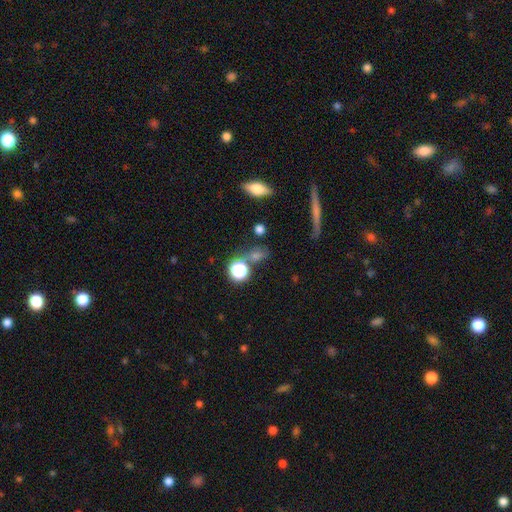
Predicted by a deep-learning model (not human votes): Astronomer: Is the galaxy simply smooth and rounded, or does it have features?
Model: smooth — 52% (runner-up: star or artifact, 35%).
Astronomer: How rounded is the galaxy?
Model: round — 67%.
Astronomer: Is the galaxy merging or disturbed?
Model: none — 69%.